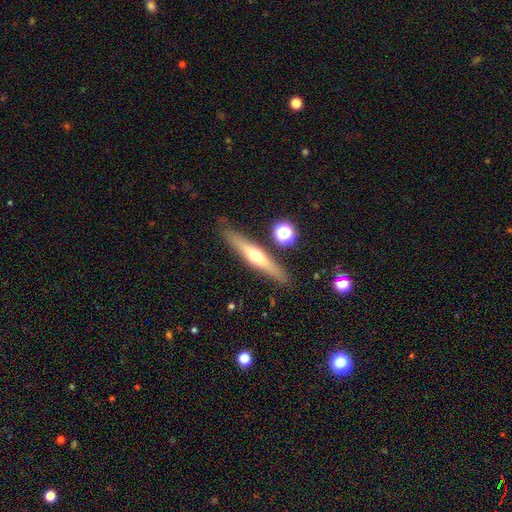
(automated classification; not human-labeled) Smooth or featured? featured or disk (59%)
Edge-on disk? yes (93%)
Edge-on bulge? rounded (90%)
Merging? none (86%)